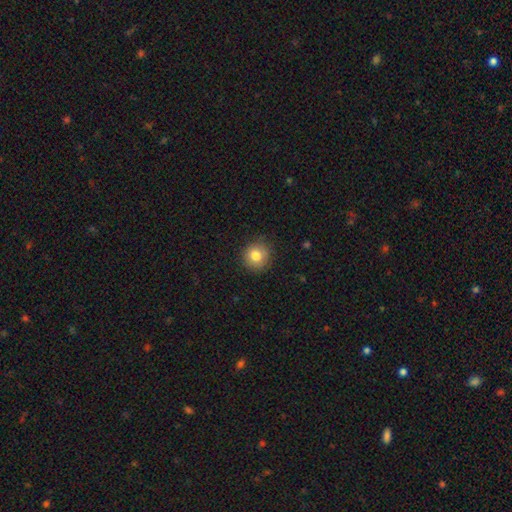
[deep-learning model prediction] Smooth or featured? Predicted: smooth (p=0.81). How rounded? Predicted: round (p=0.91). Merging? Predicted: none (p=0.87).